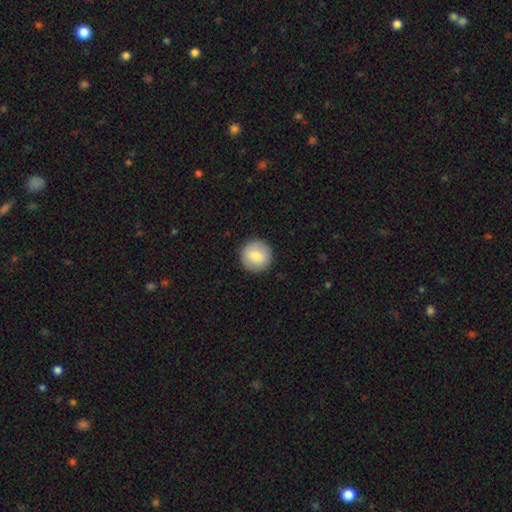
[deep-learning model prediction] A smooth galaxy with no disk features (83%) that is round (95%). Merging: none (92%).